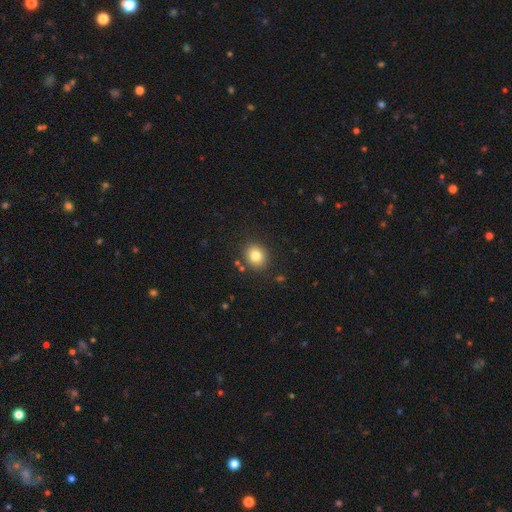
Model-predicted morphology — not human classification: A smooth galaxy with no disk features (81%) that is round (72%).

Vote fractions:
- Smooth or featured? smooth: 81% / star or artifact: 11% / featured or disk: 8%
- How rounded? round: 72% / in between: 27% / cigar-shaped: 1%
- Merging? none: 86% / minor disturbance: 8% / merger: 3% / major disturbance: 3%